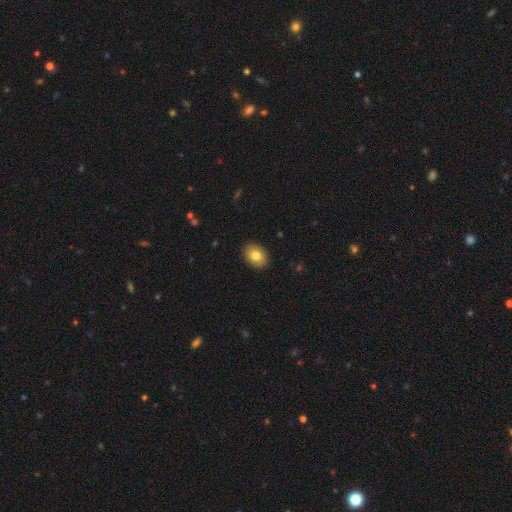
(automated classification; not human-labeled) Q: Smooth or featured?
A: smooth (81%); runner-up: featured or disk (11%)
Q: How rounded?
A: in between (73%); runner-up: round (26%)
Q: Merging?
A: none (90%); runner-up: minor disturbance (8%)